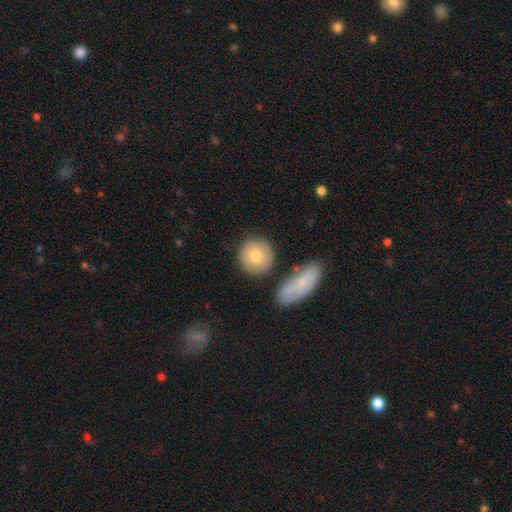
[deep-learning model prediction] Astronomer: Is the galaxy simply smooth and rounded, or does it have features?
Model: smooth — 79%.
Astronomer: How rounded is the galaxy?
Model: round — 93%.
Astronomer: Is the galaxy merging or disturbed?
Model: none — 80%.